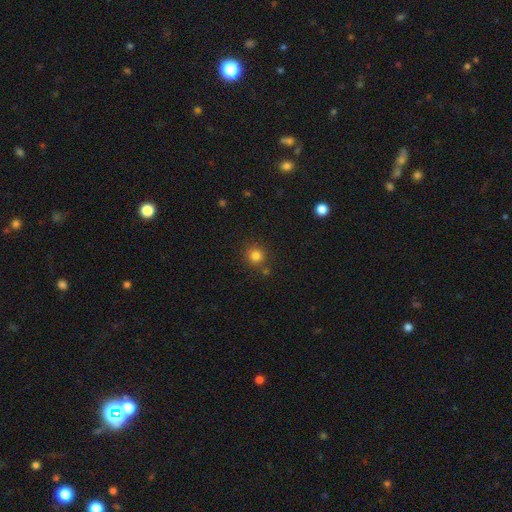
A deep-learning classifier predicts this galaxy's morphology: Smooth or featured? Predicted: smooth (p=0.82). How rounded? Predicted: round (p=0.93). Merging? Predicted: none (p=0.80).